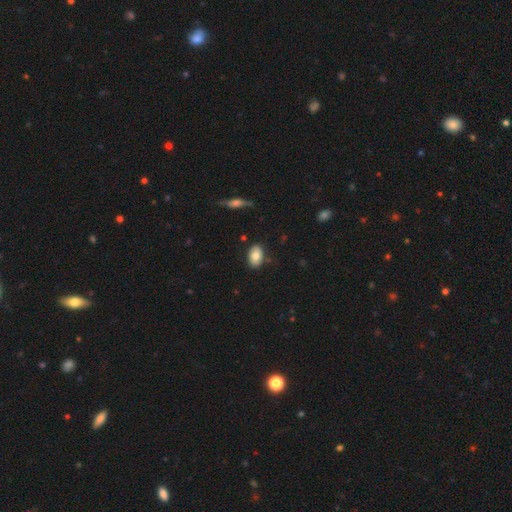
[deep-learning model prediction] smooth 78%, featured or disk 15%, star or artifact 7%. Down the decision tree: how rounded — in between (90%); merging — none (84%).